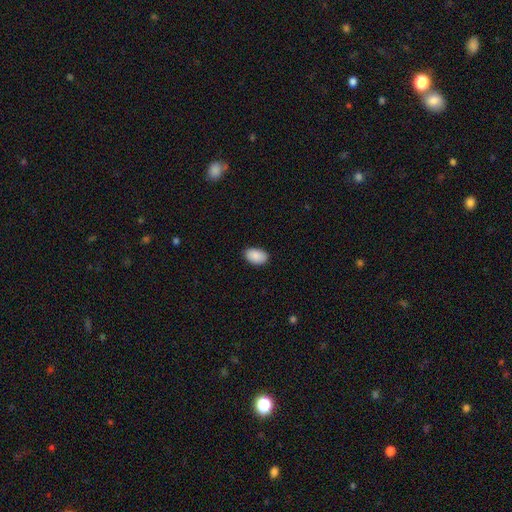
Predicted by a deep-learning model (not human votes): A smooth galaxy with no disk features (90%) that is in between round and cigar-shaped (92%). Merging: none (88%).